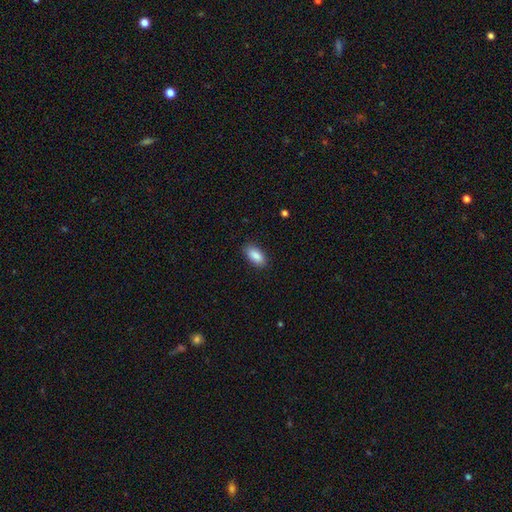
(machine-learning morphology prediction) A smooth galaxy with no disk features (88%) that is in between round and cigar-shaped (91%). Merging: none (86%).